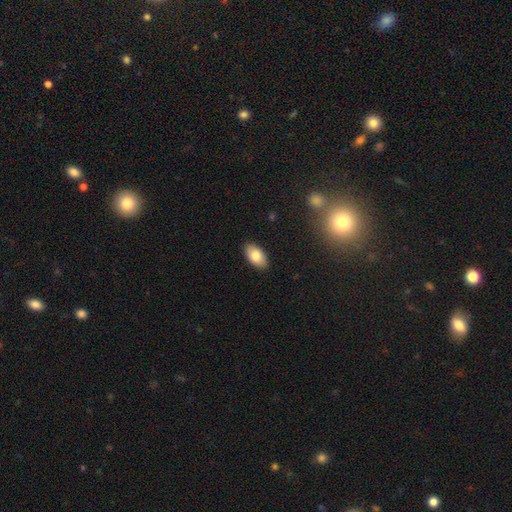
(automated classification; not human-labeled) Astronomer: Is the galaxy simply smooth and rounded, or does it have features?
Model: smooth — 81%.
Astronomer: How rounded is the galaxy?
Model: in between — 94%.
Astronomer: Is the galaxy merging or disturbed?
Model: none — 89%.